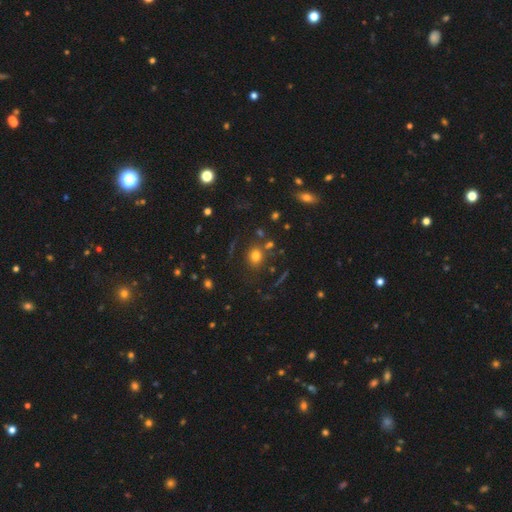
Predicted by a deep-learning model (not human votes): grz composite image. It shows a smooth galaxy with no disk features (73%) that is round (69%). Merging: none (74%).